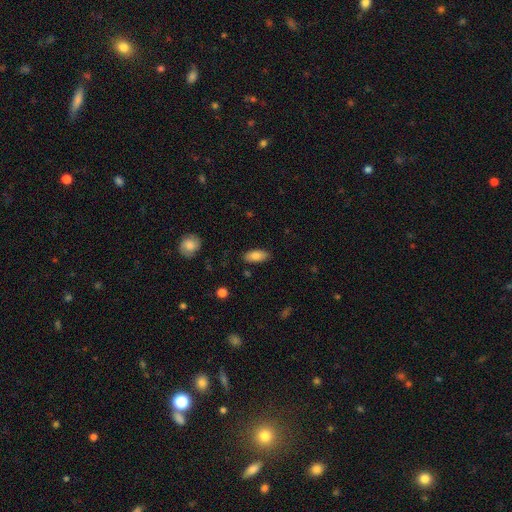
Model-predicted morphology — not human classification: smooth 82%, featured or disk 11%, star or artifact 7%. Down the decision tree: how rounded — in between (88%); merging — none (86%).